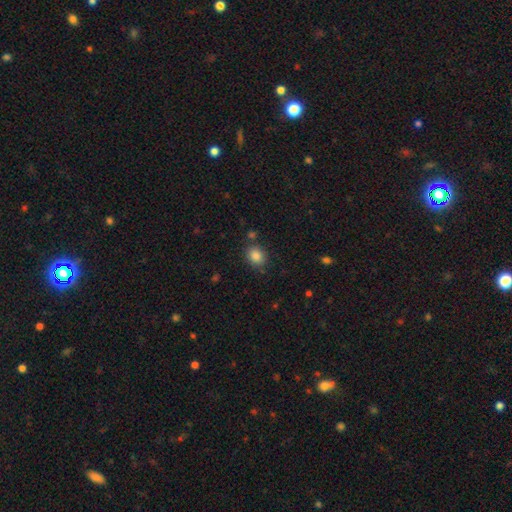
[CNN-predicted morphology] This appears to be a smooth galaxy with no disk features (86%) that is round (58%). Merging: none (81%).